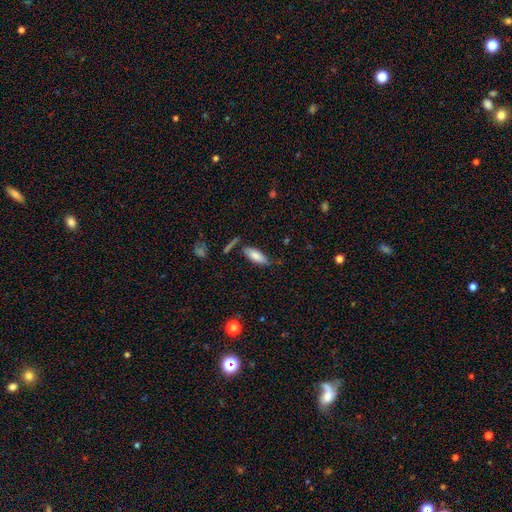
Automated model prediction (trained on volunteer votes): Overall: smooth (79%). How rounded: in between (71%). Merging: none (69%).